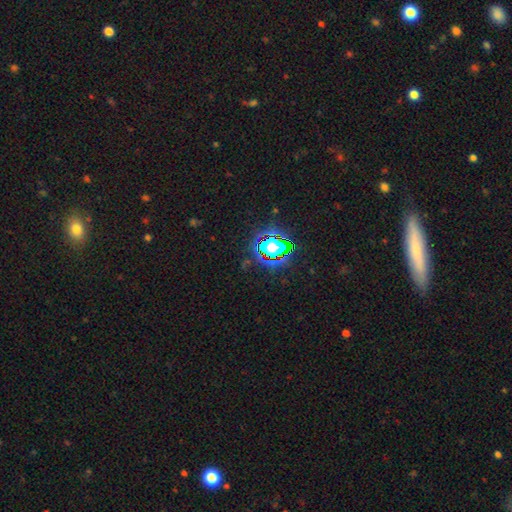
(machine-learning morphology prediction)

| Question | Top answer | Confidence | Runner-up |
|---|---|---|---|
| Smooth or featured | star or artifact | 73% | smooth (16%) |